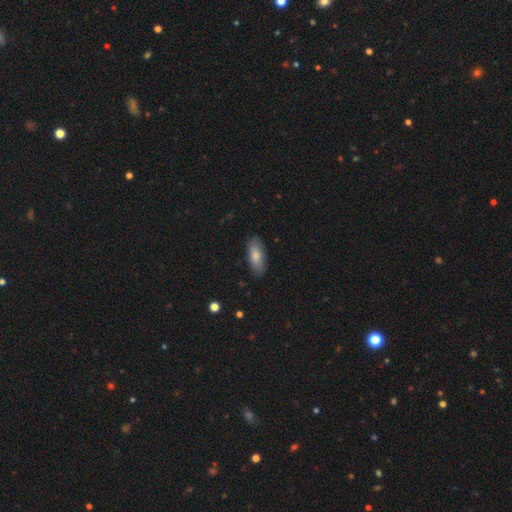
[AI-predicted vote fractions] This appears to be a smooth galaxy with no disk features (77%) that is in between round and cigar-shaped (80%). Merging: none (79%).